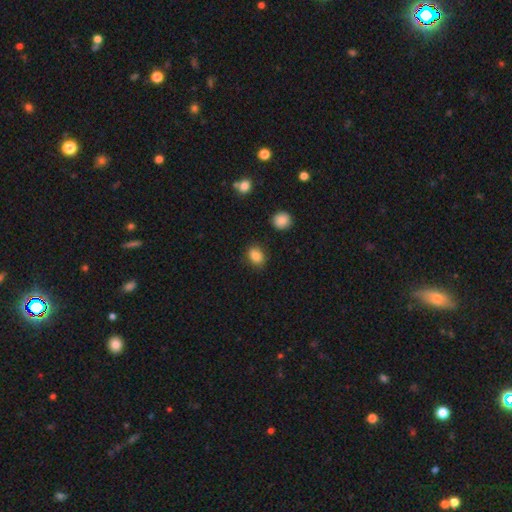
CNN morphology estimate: This appears to be a smooth galaxy with no disk features (86%) that is in between round and cigar-shaped (58%). Merging: none (85%).